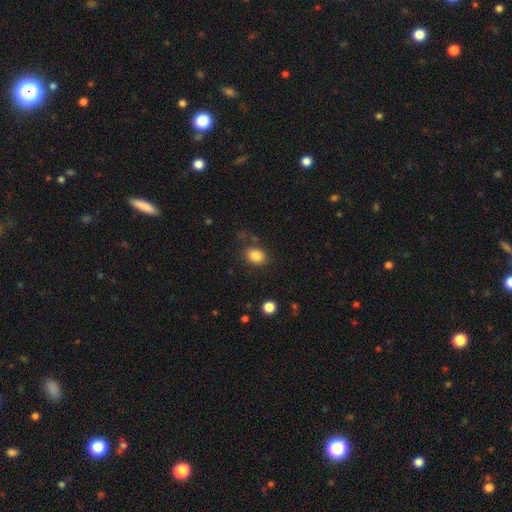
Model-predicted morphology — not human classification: Smooth or featured?
  - smooth: 85% *
  - star or artifact: 10%
  - featured or disk: 6%
How rounded?
  - in between: 64% *
  - round: 35%
  - cigar-shaped: 1%
Merging?
  - none: 79% *
  - minor disturbance: 13%
  - major disturbance: 5%
  - merger: 4%